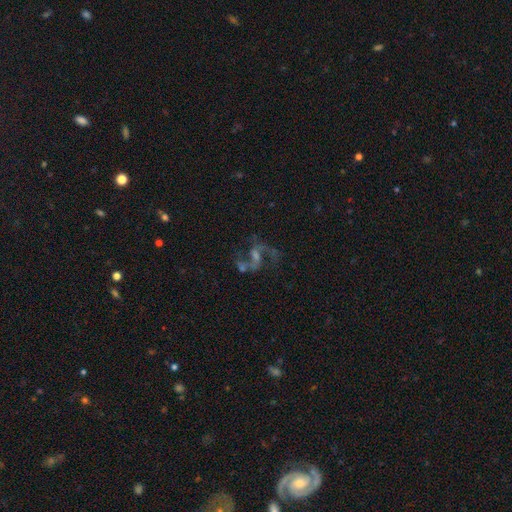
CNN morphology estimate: A featured or disk galaxy (81%) with a weak bar (48%), 2 (89%) loose (64%) spiral arms (93%) and a small central bulge (43%). Merging: none (53%).